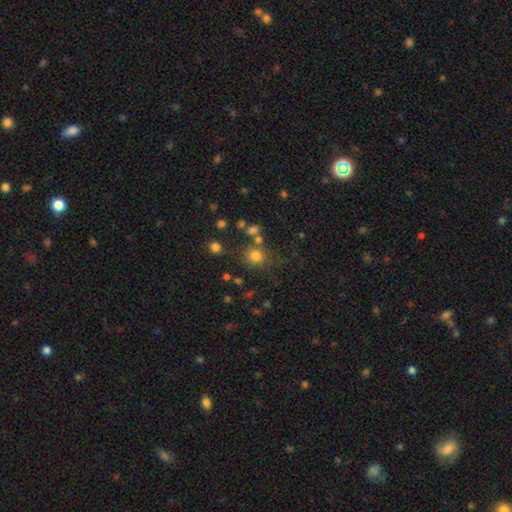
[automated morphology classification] The model was most divided on "merging": none: 71%, merger: 12%, minor disturbance: 11%, major disturbance: 6%. More confident: how rounded — round (88%); smooth or featured — smooth (76%).